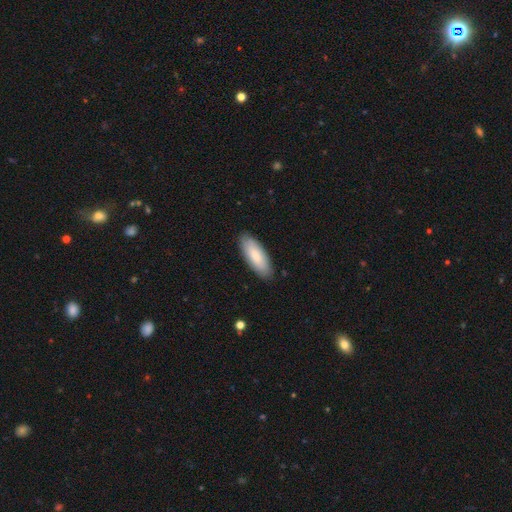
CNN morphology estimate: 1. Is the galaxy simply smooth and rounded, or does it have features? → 80% smooth, 15% featured or disk, 5% star or artifact.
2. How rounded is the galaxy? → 78% in between, 20% cigar-shaped, 2% round.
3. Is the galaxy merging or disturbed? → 87% none, 10% minor disturbance, 2% major disturbance, 1% merger.